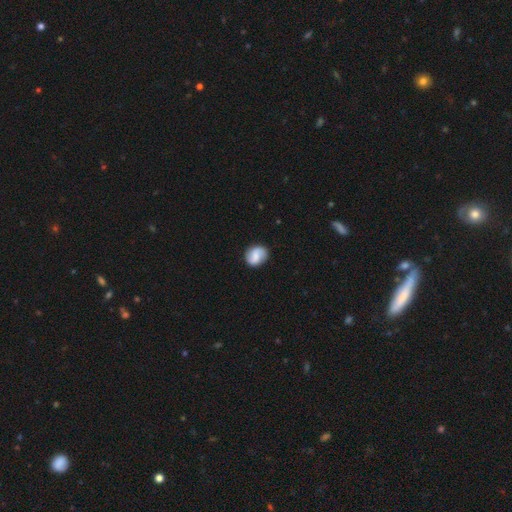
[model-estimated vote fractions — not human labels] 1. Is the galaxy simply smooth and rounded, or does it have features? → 53% smooth, 40% featured or disk, 7% star or artifact.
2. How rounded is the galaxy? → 64% round, 35% in between, 1% cigar-shaped.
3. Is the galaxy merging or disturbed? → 84% none, 12% minor disturbance, 3% major disturbance, 1% merger.